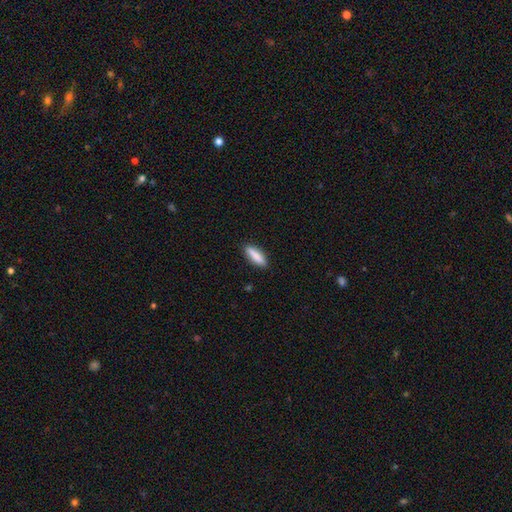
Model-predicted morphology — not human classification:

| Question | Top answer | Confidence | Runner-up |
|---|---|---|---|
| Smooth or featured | smooth | 86% | featured or disk (8%) |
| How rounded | cigar-shaped | 54% | in between (44%) |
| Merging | none | 87% | minor disturbance (10%) |